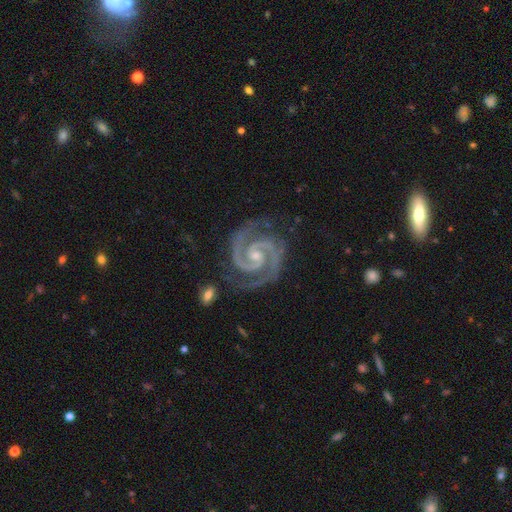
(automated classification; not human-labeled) Morphology: type=featured or disk (95%); edge-on=no (98%); bar=no (52%); spiral arms=yes (99%); winding=tight (59%); arm count=2 (93%); bulge=small (61%); merging=none (79%).